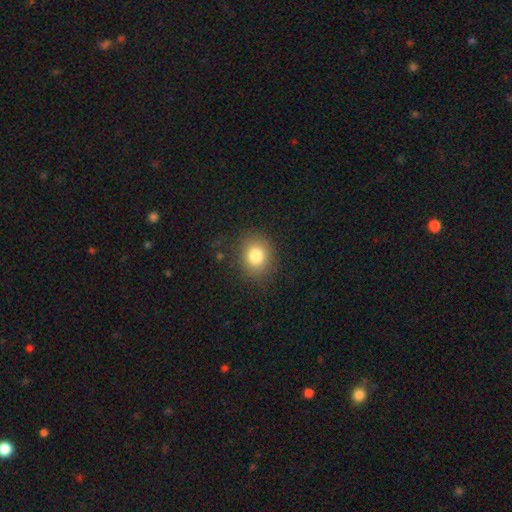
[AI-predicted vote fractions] smooth_or_featured: smooth (p=0.80) [alt: star or artifact p=0.11]
how_rounded: round (p=0.73) [alt: in between p=0.27]
merging: none (p=0.83) [alt: minor disturbance p=0.11]